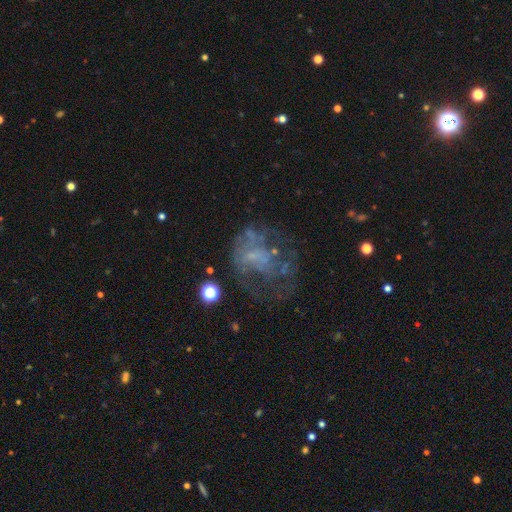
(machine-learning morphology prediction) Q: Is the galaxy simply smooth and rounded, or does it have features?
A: featured or disk — 57%.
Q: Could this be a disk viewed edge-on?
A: no — 98%.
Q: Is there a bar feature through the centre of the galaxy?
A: no — 84%.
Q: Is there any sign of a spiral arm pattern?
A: no — 79%.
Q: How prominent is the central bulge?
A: none — 62%.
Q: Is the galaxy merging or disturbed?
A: major disturbance — 41%.